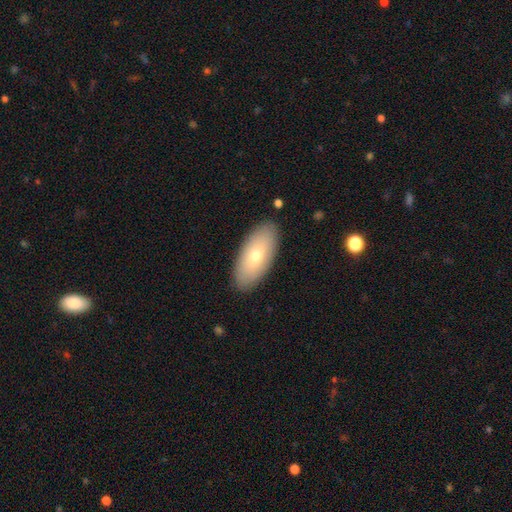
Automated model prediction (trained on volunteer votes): A smooth galaxy with no disk features (69%) that is in between round and cigar-shaped (87%).

Vote fractions:
- Smooth or featured? smooth: 69% / featured or disk: 25% / star or artifact: 7%
- How rounded? in between: 87% / cigar-shaped: 10% / round: 3%
- Merging? none: 89% / minor disturbance: 8% / major disturbance: 2% / merger: 1%